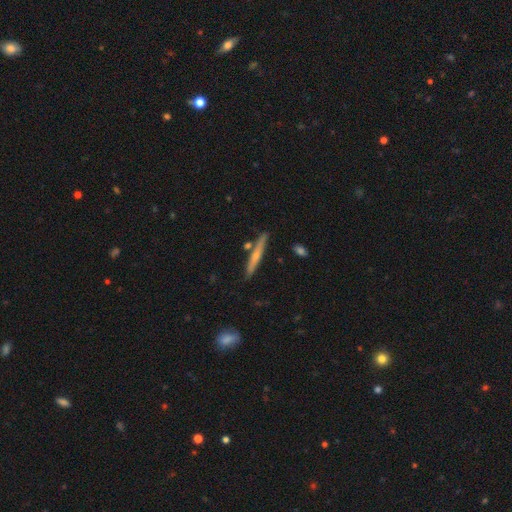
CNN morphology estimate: This appears to be a featured or disk galaxy (50%). Merging: none (84%).